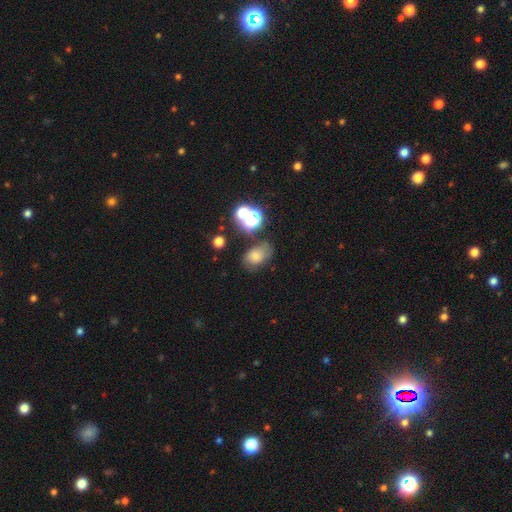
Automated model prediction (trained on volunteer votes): Q: Smooth or featured?
A: smooth (49%); runner-up: star or artifact (29%)
Q: Merging?
A: none (63%); runner-up: minor disturbance (20%)